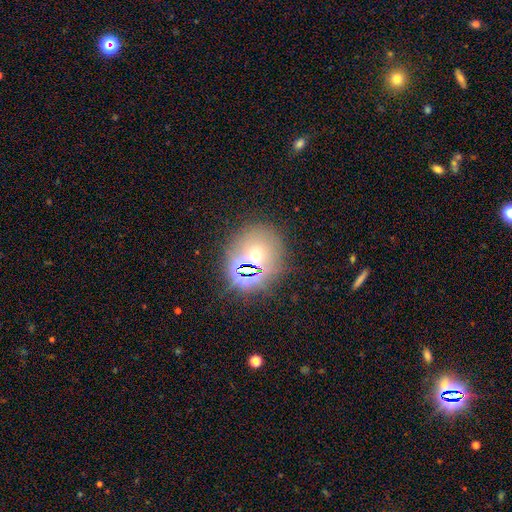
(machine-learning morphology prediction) This appears to be a smooth galaxy with no disk features (42%). Merging: none (73%).